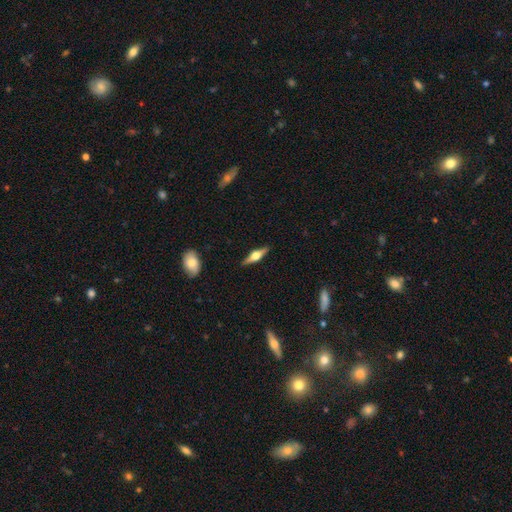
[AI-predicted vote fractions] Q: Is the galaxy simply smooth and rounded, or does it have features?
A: featured or disk — 70%.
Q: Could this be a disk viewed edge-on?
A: yes — 97%.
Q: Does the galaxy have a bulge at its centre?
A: rounded — 93%.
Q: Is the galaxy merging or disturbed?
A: none — 89%.